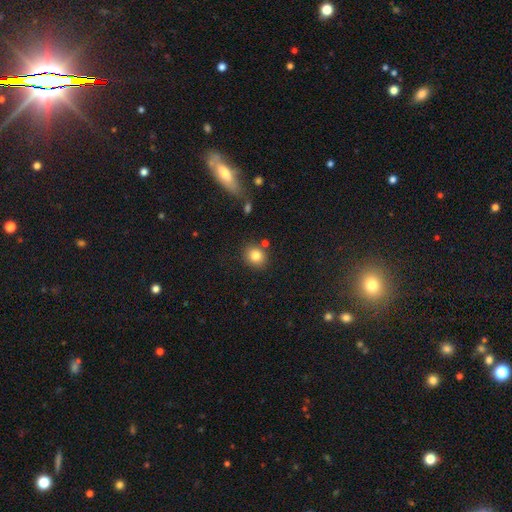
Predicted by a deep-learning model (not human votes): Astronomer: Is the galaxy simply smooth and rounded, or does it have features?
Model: smooth — 81%.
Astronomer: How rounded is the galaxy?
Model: round — 77%.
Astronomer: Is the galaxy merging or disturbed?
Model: none — 80%.